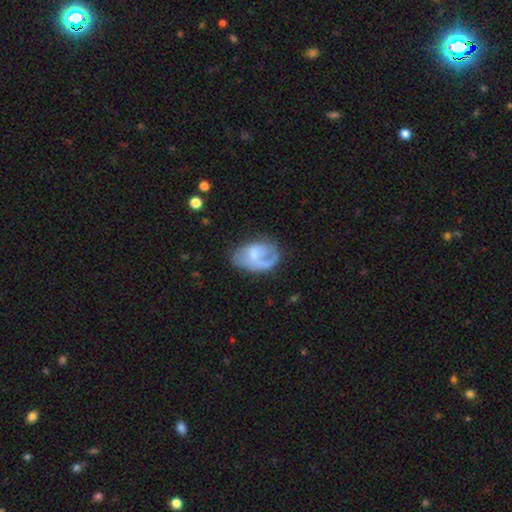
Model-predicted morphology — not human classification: smooth-or-featured: smooth: 47% | featured or disk: 46% | star or artifact: 8%
  merging: none: 40% | major disturbance: 29% | minor disturbance: 26% | merger: 4%